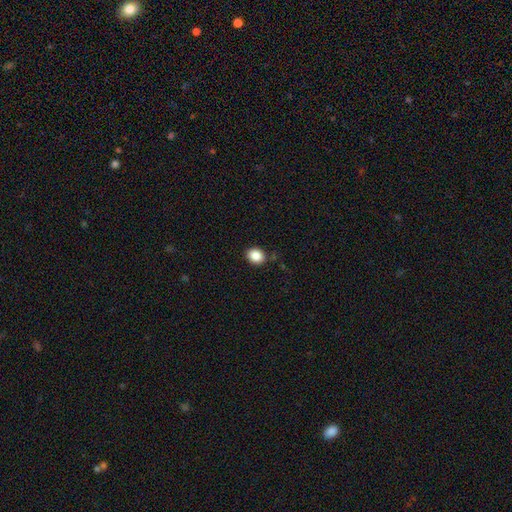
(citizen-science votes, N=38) Morphology: type=smooth (92%); roundness=round (74%); merging=none (83%).